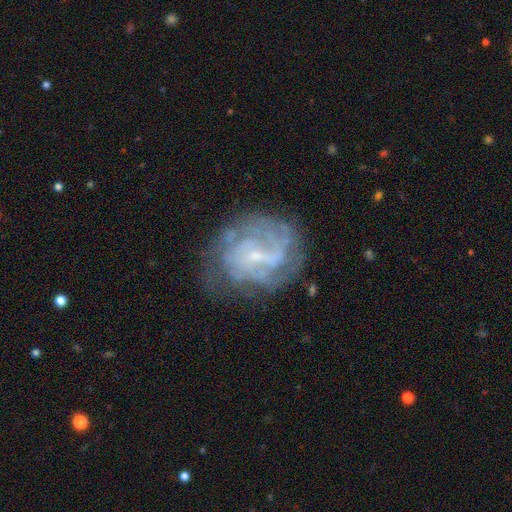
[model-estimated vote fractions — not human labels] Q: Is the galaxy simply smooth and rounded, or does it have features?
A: featured or disk — 78%.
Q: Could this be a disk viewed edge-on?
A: no — 98%.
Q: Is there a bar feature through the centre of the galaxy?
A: weak — 51%.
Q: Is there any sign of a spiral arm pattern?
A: yes — 84%.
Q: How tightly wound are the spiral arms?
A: tight — 49%.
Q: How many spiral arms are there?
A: can't tell — 44%.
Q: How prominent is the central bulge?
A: small — 72%.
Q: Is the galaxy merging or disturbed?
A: none — 64%.